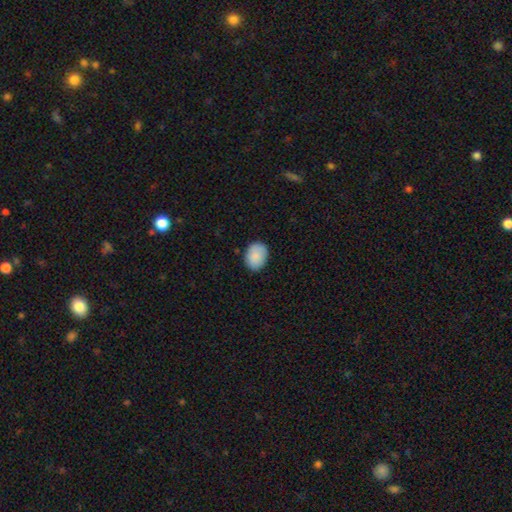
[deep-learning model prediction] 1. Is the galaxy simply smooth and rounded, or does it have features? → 88% smooth, 7% star or artifact, 5% featured or disk.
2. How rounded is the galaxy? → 57% in between, 42% round, 1% cigar-shaped.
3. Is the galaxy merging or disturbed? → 83% none, 13% minor disturbance, 2% major disturbance, 1% merger.